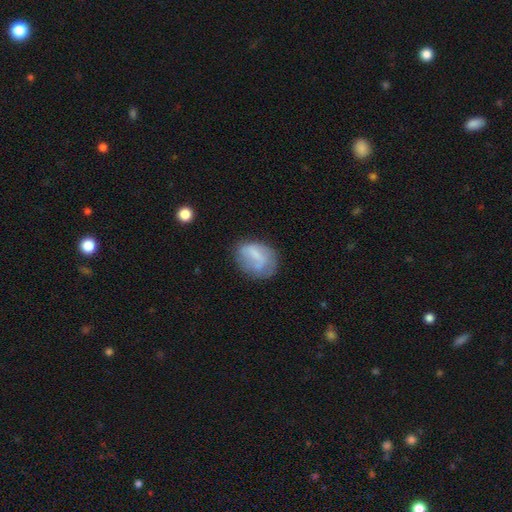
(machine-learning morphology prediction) Overall: smooth (58%; featured or disk 34%). How rounded: in between (65%; round 33%). Merging: none (53%; minor disturbance 28%).